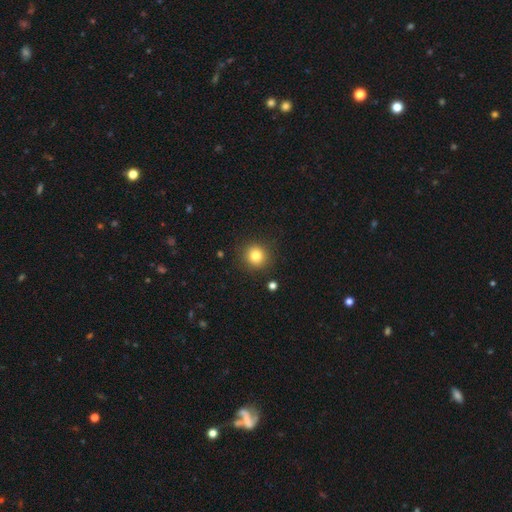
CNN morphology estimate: A smooth galaxy with no disk features (82%) that is round (92%).

Vote fractions:
- Smooth or featured? smooth: 82% / star or artifact: 12% / featured or disk: 7%
- How rounded? round: 92% / in between: 7% / cigar-shaped: 1%
- Merging? none: 89% / minor disturbance: 7% / major disturbance: 2% / merger: 2%